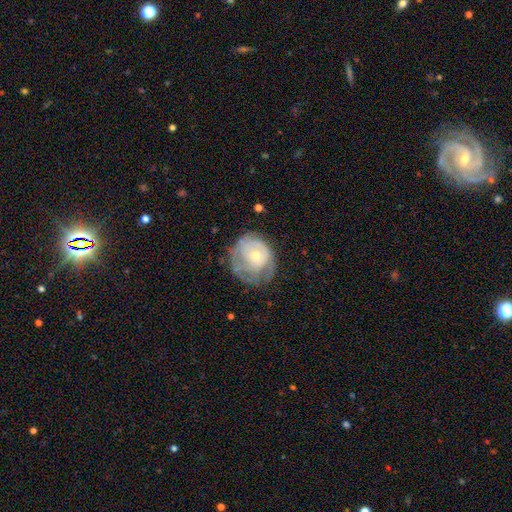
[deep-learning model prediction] Morphology: type=featured or disk (54%); edge-on=no (97%); bar=no (83%); spiral arms=yes (51%); bulge=small (54%); merging=none (42%).